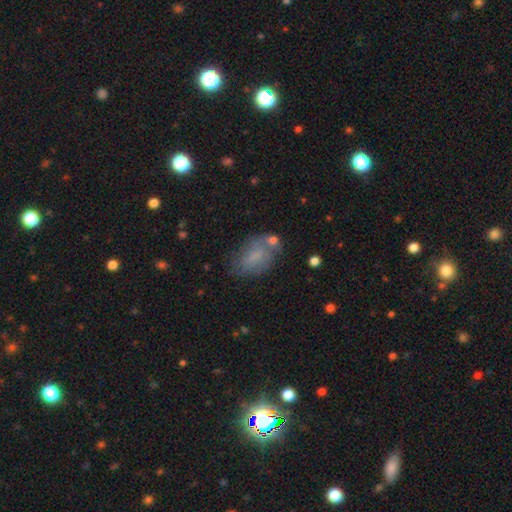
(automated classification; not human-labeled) Smooth or featured: smooth — 65% (featured or disk — 24%)
How rounded: in between — 87% (round — 10%)
Merging: none — 59% (minor disturbance — 23%)